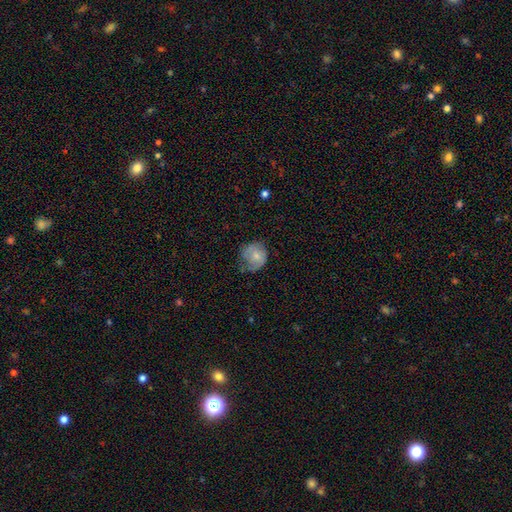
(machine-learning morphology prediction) smooth 59%, featured or disk 34%, star or artifact 7%. Down the decision tree: how rounded — round (77%); merging — none (45%).